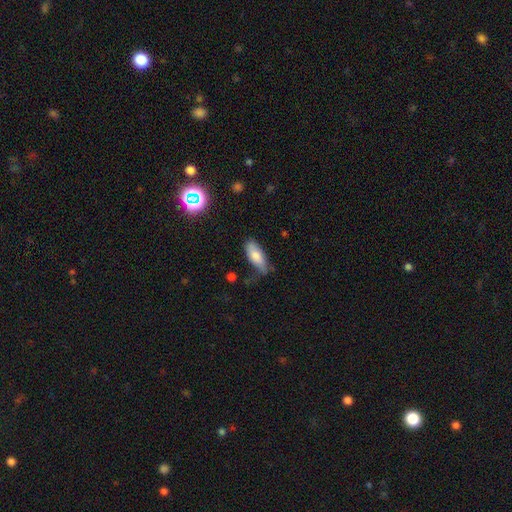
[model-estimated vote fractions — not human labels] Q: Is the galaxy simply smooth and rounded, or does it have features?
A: smooth — 79%.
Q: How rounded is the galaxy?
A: in between — 77%.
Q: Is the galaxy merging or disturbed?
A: none — 62%.